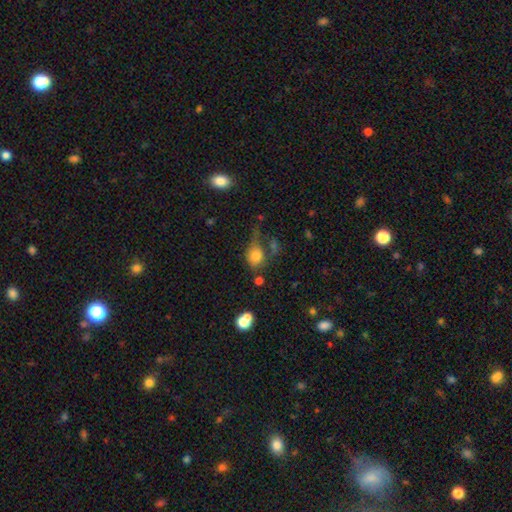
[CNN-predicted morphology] type=smooth (76%); roundness=round (55%); merging=none (36%).